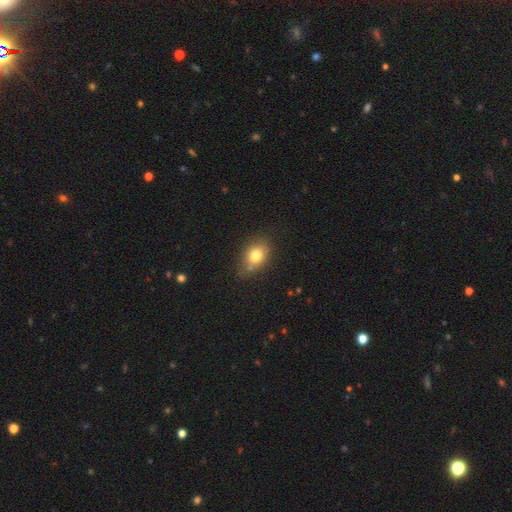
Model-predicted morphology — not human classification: Q: Smooth or featured?
A: smooth (78%); runner-up: featured or disk (12%)
Q: How rounded?
A: in between (68%); runner-up: round (30%)
Q: Merging?
A: none (66%); runner-up: minor disturbance (23%)